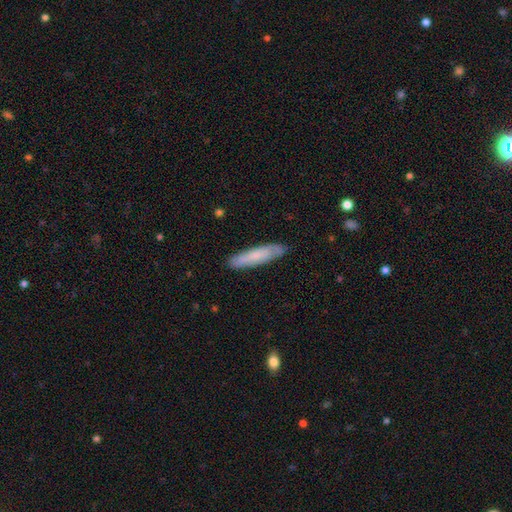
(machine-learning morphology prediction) Q: Smooth or featured?
A: smooth (65%); runner-up: featured or disk (28%)
Q: How rounded?
A: cigar-shaped (82%); runner-up: in between (16%)
Q: Merging?
A: none (84%); runner-up: minor disturbance (13%)